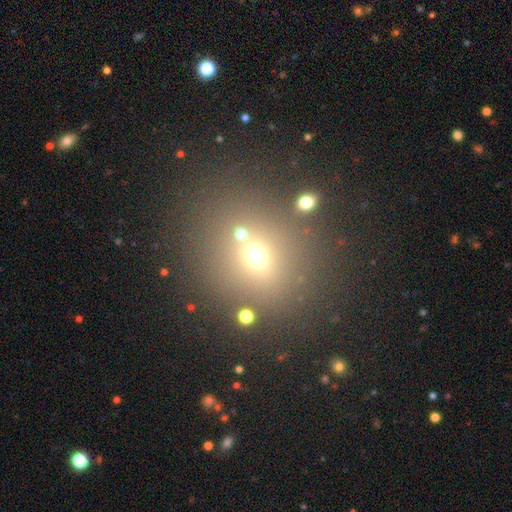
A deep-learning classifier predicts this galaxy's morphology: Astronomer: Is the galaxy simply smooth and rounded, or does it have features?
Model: smooth — 58%.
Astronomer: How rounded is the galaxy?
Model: round — 71%.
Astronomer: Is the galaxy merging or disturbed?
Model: none — 75%.